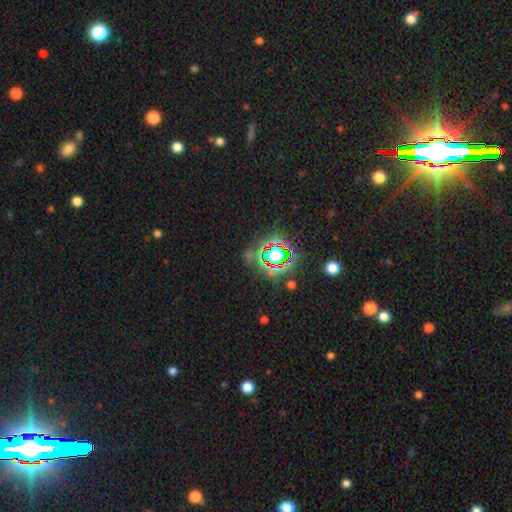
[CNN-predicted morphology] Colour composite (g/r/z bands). It shows a star or artifact, not a galaxy (79%).